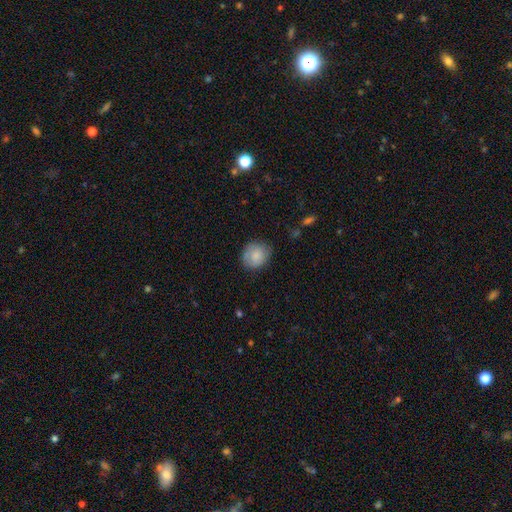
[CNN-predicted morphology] smooth_or_featured: smooth (p=0.83) [alt: featured or disk p=0.10]
how_rounded: round (p=0.73) [alt: in between p=0.26]
merging: none (p=0.74) [alt: minor disturbance p=0.20]